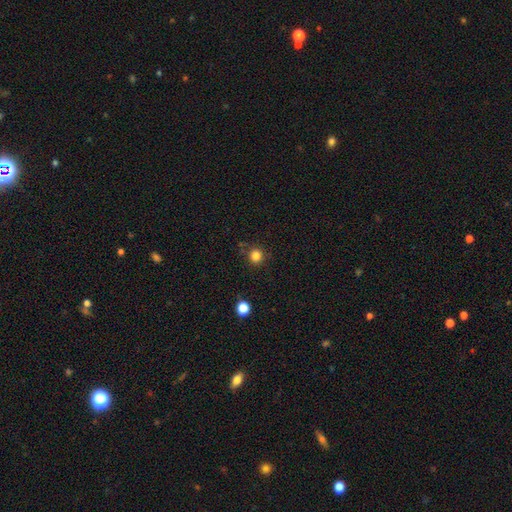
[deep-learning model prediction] This is clearly a smooth galaxy (83%). How rounded: clearly round (92%). Merging: clearly none (84%).